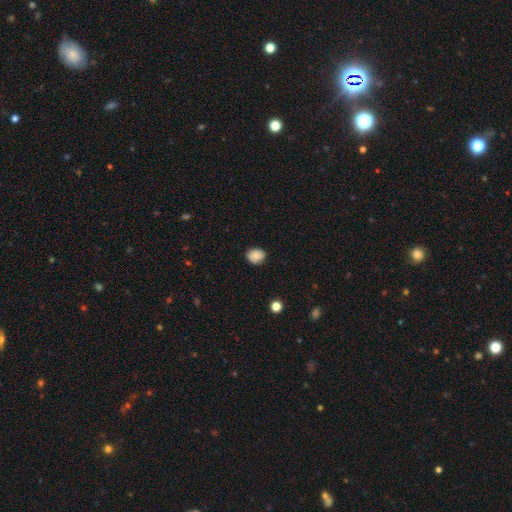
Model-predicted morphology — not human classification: smooth-or-featured: smooth: 85% | star or artifact: 9% | featured or disk: 6%
  how-rounded: round: 57% | in between: 42% | cigar-shaped: 1%
  merging: none: 81% | minor disturbance: 15% | major disturbance: 3% | merger: 1%